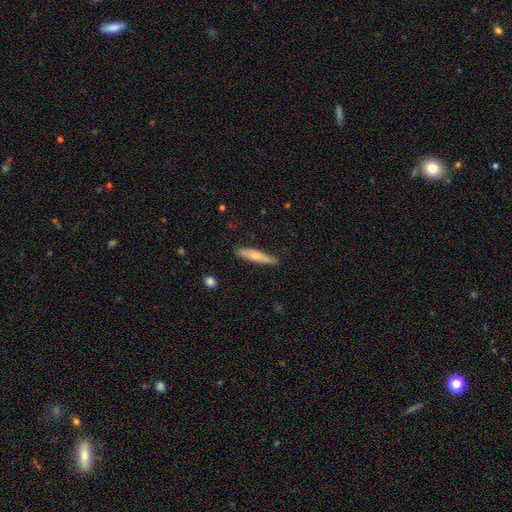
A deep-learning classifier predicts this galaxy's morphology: Overall: smooth (66%; featured or disk 29%). How rounded: cigar-shaped (90%). Merging: none (84%).